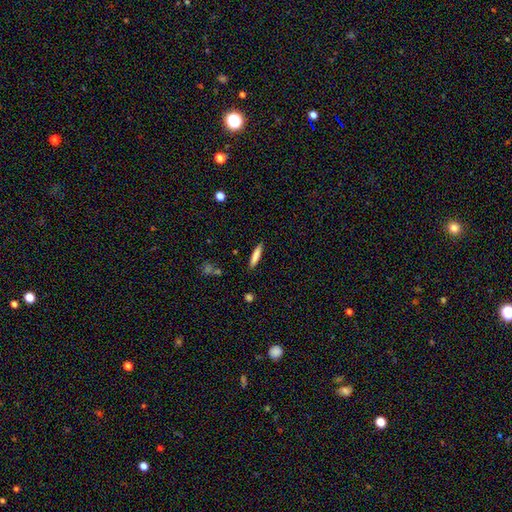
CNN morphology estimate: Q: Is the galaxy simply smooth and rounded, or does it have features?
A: smooth — 79%.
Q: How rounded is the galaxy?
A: cigar-shaped — 84%.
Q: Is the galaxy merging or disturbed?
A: none — 88%.